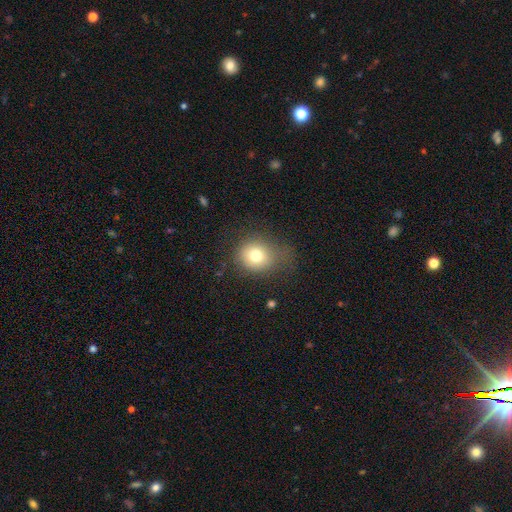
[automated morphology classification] Smooth or featured? Predicted: smooth (p=0.75). How rounded? Predicted: round (p=0.77). Merging? Predicted: none (p=0.58).